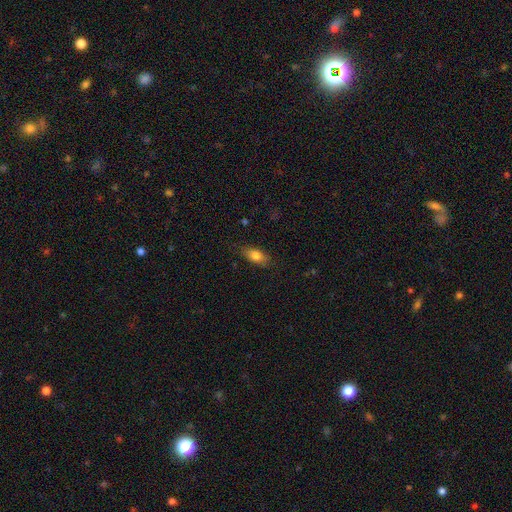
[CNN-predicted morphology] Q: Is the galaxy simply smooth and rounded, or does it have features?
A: smooth — 79%.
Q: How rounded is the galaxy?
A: in between — 84%.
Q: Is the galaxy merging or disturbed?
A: none — 82%.